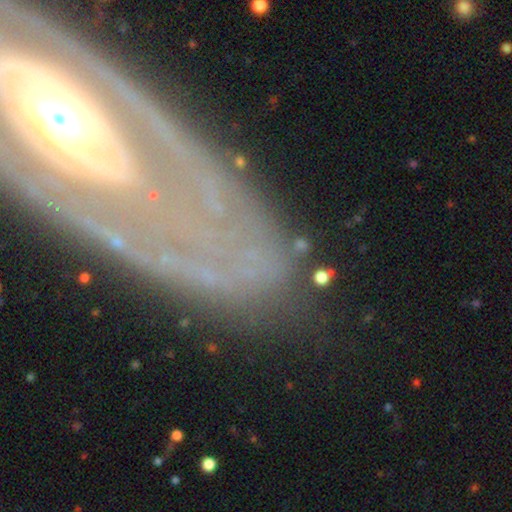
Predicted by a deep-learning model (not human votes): Smooth or featured? featured or disk (63%)
Edge-on disk? no (82%)
Bar? no (45%)
Spiral arms? yes (70%)
Bulge size? moderate (45%)
Merging? none (67%)